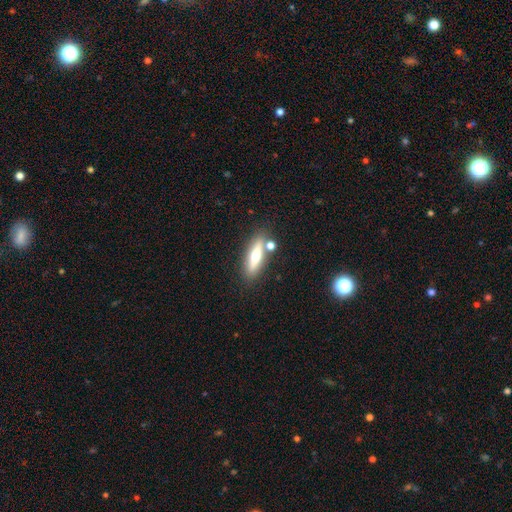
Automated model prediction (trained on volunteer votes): A smooth galaxy with no disk features (50%) that is cigar-shaped (63%). Merging: none (76%).